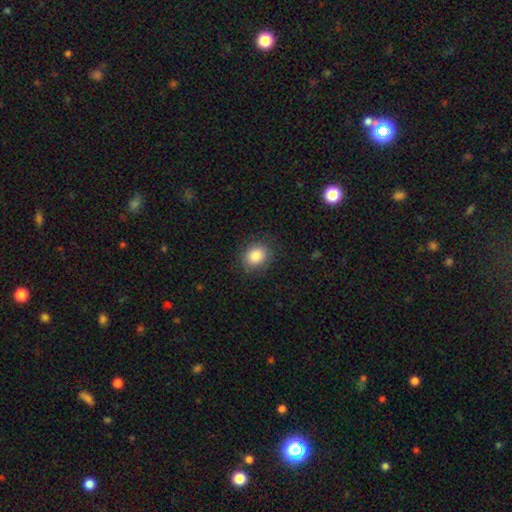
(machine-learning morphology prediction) This appears to be a smooth galaxy with no disk features (87%) that is round (57%). Merging: none (85%).